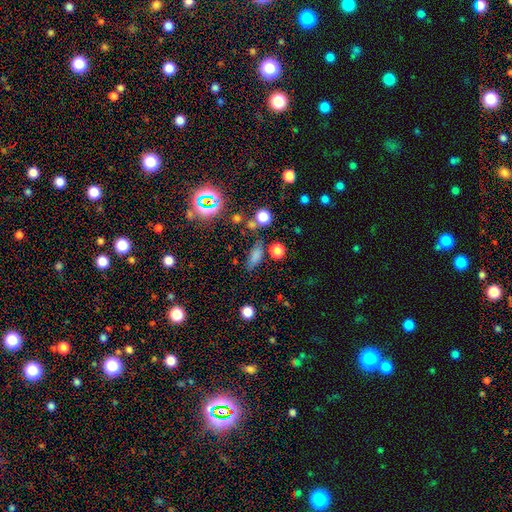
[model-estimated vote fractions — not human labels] A smooth galaxy with no disk features (72%) that is in between round and cigar-shaped (67%).

Vote fractions:
- Smooth or featured? smooth: 72% / star or artifact: 19% / featured or disk: 9%
- How rounded? in between: 67% / cigar-shaped: 22% / round: 11%
- Merging? none: 70% / minor disturbance: 17% / merger: 7% / major disturbance: 6%